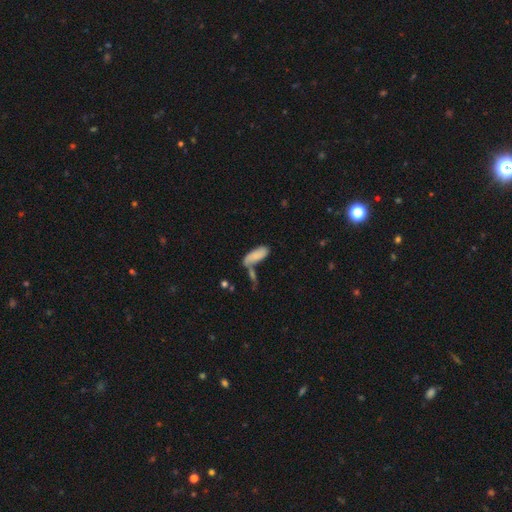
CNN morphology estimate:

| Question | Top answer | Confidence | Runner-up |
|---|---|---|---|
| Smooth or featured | smooth | 76% | featured or disk (17%) |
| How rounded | in between | 74% | cigar-shaped (24%) |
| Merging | merger | 35% | tied: none (35%) |